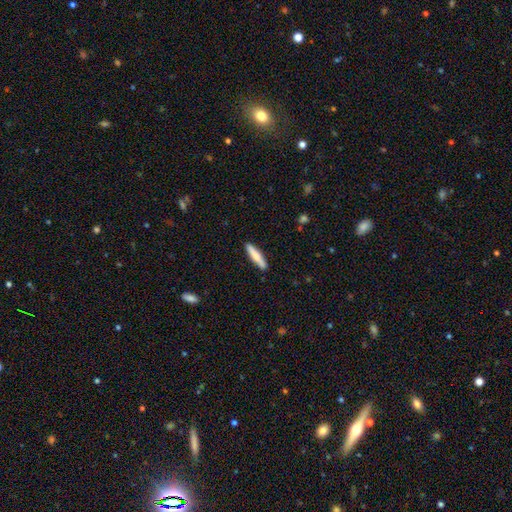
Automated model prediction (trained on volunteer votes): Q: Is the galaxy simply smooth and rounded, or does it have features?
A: smooth — 74%.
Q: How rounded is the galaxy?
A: cigar-shaped — 86%.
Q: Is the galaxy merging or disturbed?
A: none — 89%.